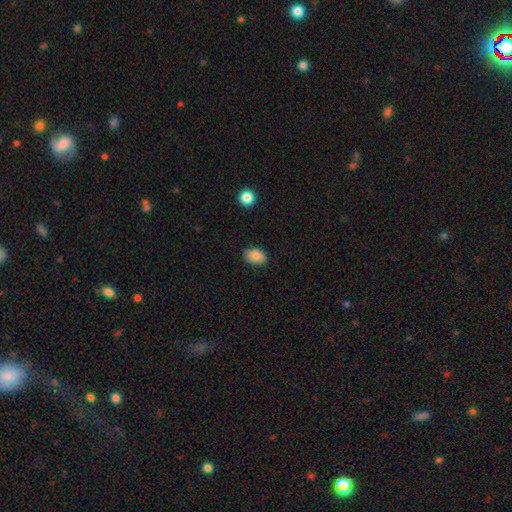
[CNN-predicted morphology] Smooth or featured? smooth (83%)
How rounded? in between (82%)
Merging? none (80%)